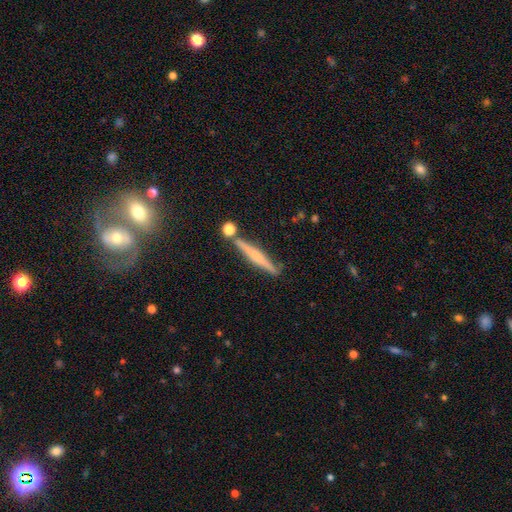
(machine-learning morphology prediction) This appears to be a featured or disk galaxy (53%) viewed edge-on (96%) with a rounded central bulge (50%). Merging: none (81%).